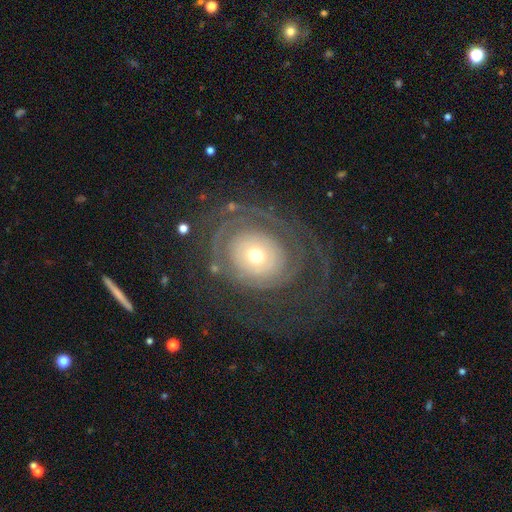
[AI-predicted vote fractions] Smooth or featured: featured or disk — 80% (smooth — 14%)
Edge-on disk: no — 96% (yes — 4%)
Bar: no — 85% (weak — 11%)
Spiral arms: yes — 83% (no — 17%)
Spiral winding: tight — 72% (medium — 17%)
Spiral arm count: can't tell — 37% (2 — 23%)
Bulge size: moderate — 52% (small — 39%)
Merging: none — 64% (major disturbance — 20%)